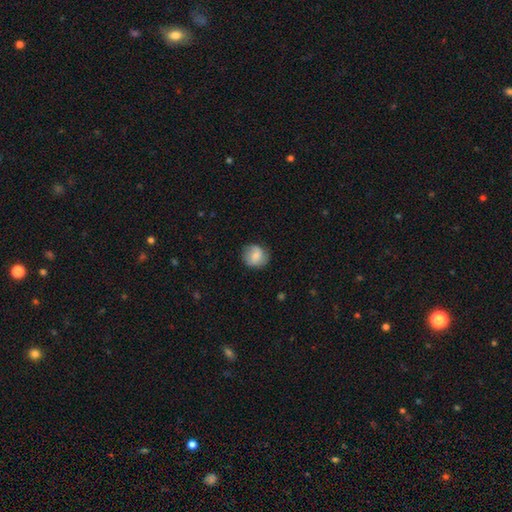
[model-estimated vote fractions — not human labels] smooth-or-featured: smooth: 70% | featured or disk: 22% | star or artifact: 7%
  how-rounded: round: 87% | in between: 12% | cigar-shaped: 1%
  merging: none: 80% | minor disturbance: 15% | major disturbance: 4% | merger: 1%